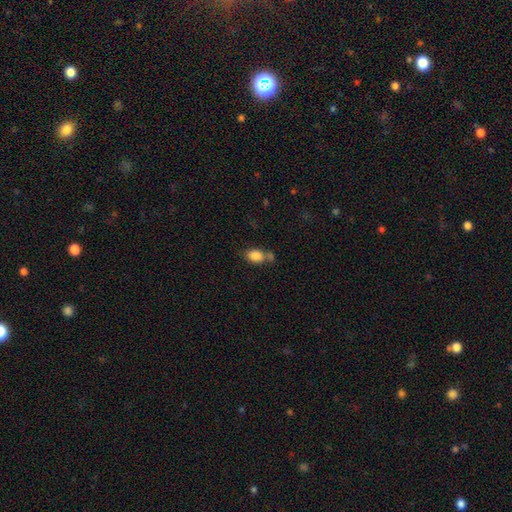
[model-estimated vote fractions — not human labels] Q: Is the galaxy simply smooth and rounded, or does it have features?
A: smooth — 85%.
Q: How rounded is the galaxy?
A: in between — 78%.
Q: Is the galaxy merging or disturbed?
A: none — 50%.